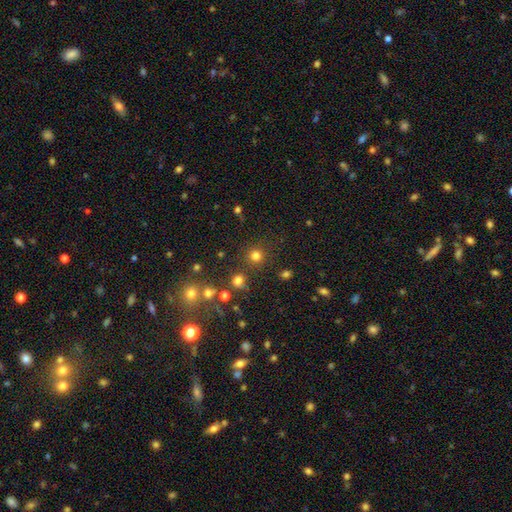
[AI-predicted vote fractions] The model was most divided on "smooth or featured": smooth: 75%, star or artifact: 19%, featured or disk: 6%. More confident: how rounded — round (93%); merging — none (83%).